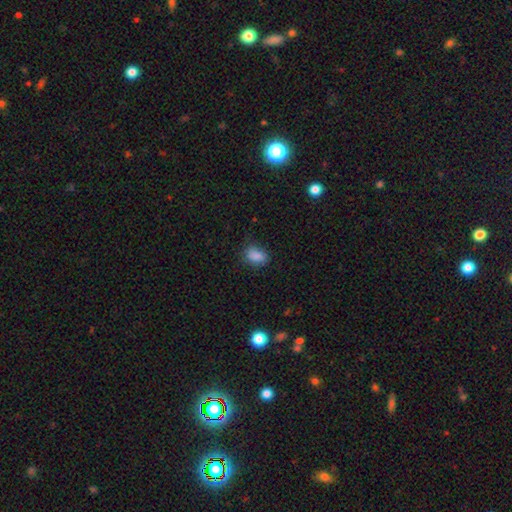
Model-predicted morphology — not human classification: Smooth or featured: smooth — 85% (star or artifact — 10%)
How rounded: in between — 80% (round — 19%)
Merging: none — 69% (minor disturbance — 23%)